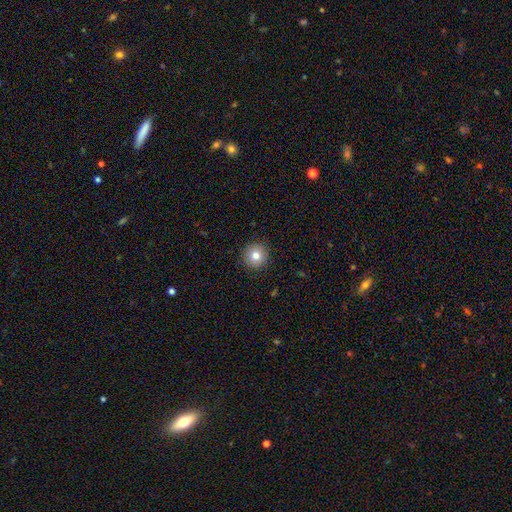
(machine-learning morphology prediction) smooth 79%, star or artifact 11%, featured or disk 10%. Down the decision tree: how rounded — round (95%); merging — none (92%).